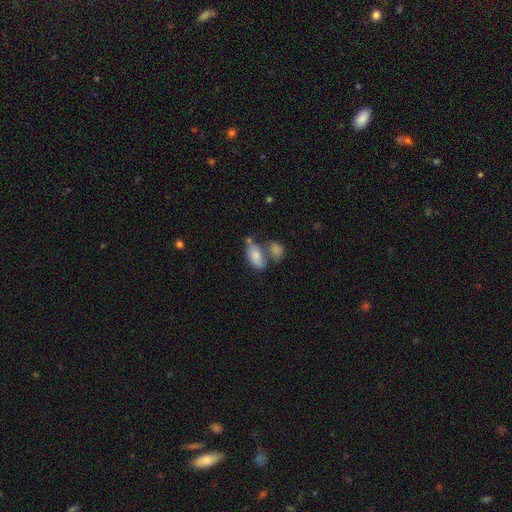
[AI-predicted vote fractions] This appears to be a smooth galaxy with no disk features (74%) that is in between round and cigar-shaped (90%). Merging: merger (45%).